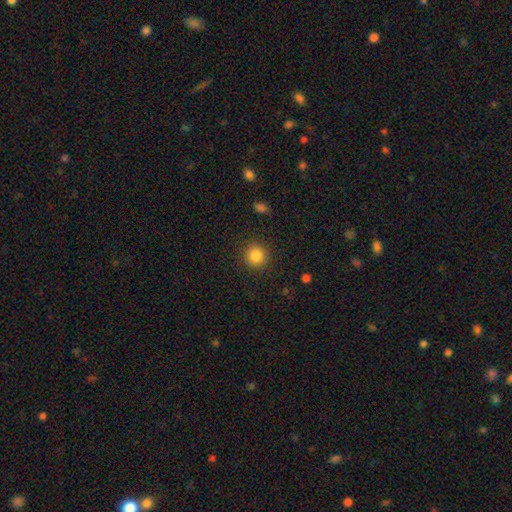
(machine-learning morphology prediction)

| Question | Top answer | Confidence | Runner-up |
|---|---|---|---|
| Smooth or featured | smooth | 85% | star or artifact (10%) |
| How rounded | round | 94% | in between (5%) |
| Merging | none | 90% | minor disturbance (6%) |